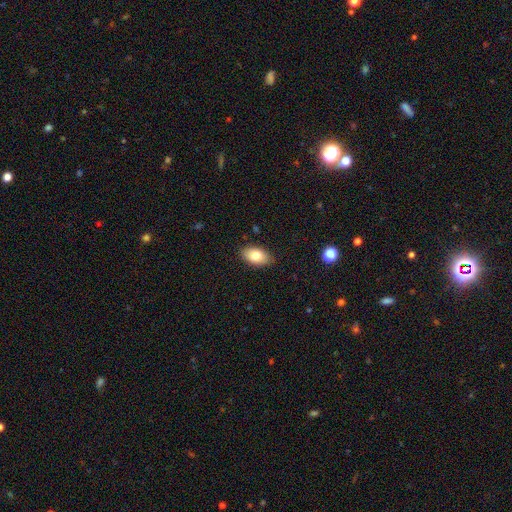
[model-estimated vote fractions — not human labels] Q: Smooth or featured?
A: smooth (82%); runner-up: featured or disk (11%)
Q: How rounded?
A: in between (93%); runner-up: round (5%)
Q: Merging?
A: none (86%); runner-up: minor disturbance (11%)